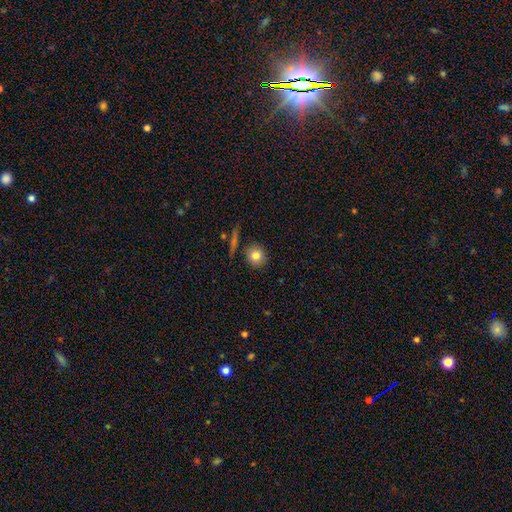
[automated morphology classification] Smooth or featured? smooth (81%)
How rounded? round (90%)
Merging? none (85%)